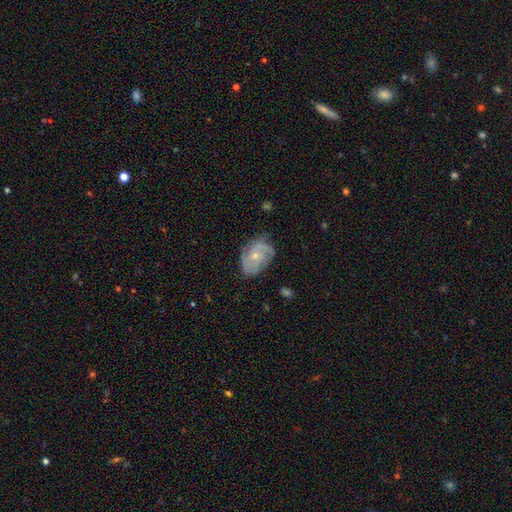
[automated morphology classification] type=featured or disk (77%); edge-on=no (97%); bar=no (71%); spiral arms=yes (93%); winding=tight (51%); arm count=2 (33%); bulge=small (63%); merging=none (70%).